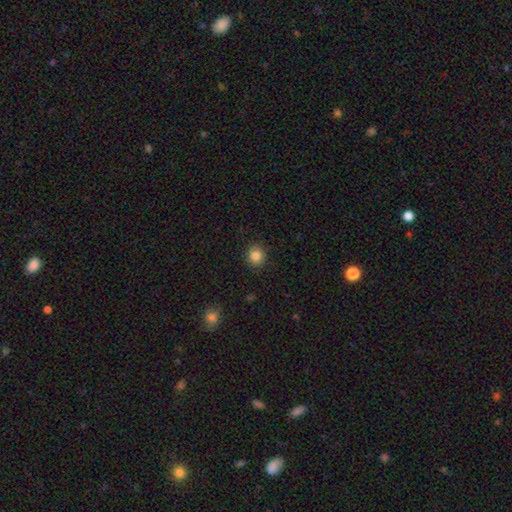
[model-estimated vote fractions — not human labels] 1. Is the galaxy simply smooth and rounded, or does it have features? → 85% smooth, 11% star or artifact, 4% featured or disk.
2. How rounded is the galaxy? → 82% round, 17% in between, 1% cigar-shaped.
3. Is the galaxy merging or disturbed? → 90% none, 7% minor disturbance, 2% major disturbance, 1% merger.